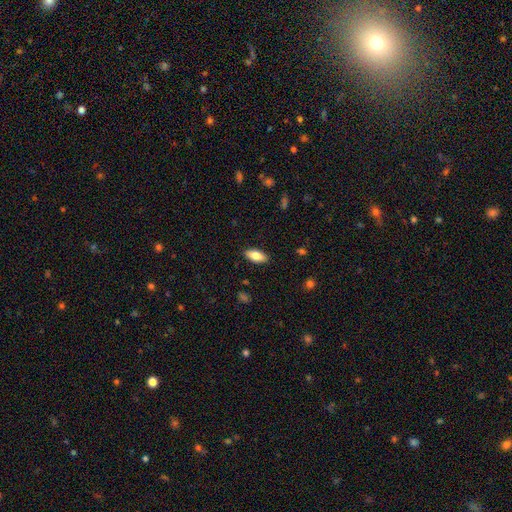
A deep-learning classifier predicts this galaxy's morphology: smooth_or_featured: smooth (p=0.79) [alt: featured or disk p=0.14]
how_rounded: in between (p=0.86) [alt: cigar-shaped p=0.11]
merging: none (p=0.89) [alt: minor disturbance p=0.09]